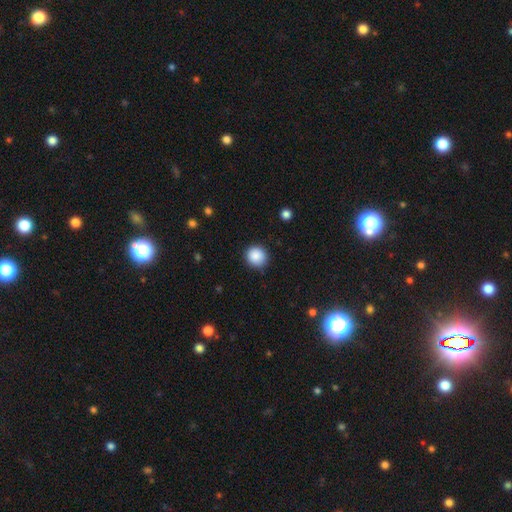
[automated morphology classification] smooth_or_featured: smooth (p=0.88) [alt: star or artifact p=0.09]
how_rounded: round (p=0.88) [alt: in between p=0.11]
merging: none (p=0.86) [alt: minor disturbance p=0.10]